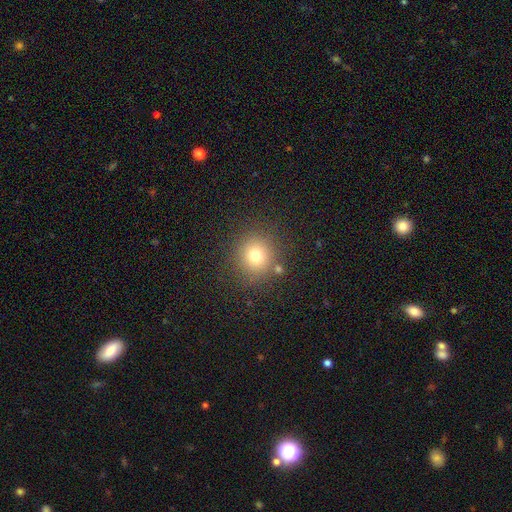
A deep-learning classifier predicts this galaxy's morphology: smooth 75%, star or artifact 16%, featured or disk 9%. Down the decision tree: how rounded — round (91%); merging — none (84%).